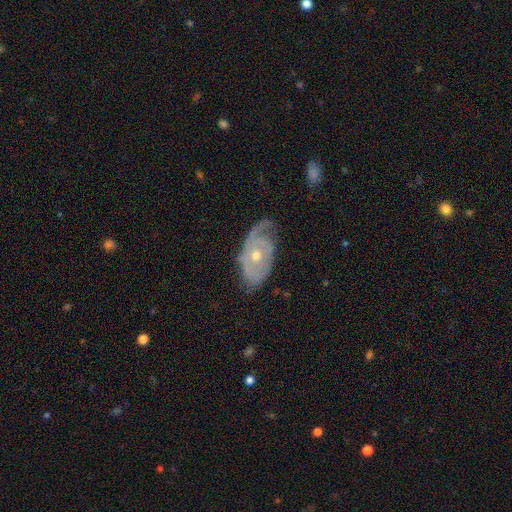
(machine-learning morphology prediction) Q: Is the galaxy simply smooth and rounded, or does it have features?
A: featured or disk — 78%.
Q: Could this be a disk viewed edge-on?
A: no — 94%.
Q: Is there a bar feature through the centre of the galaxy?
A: no — 80%.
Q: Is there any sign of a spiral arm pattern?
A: yes — 83%.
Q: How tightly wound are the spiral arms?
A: tight — 58%.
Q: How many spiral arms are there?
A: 2 — 32%.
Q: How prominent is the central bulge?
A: moderate — 56%.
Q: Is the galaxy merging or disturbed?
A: none — 51%.